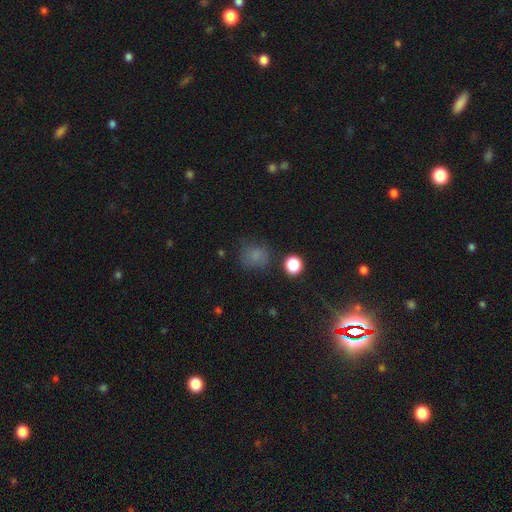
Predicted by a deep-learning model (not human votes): Morphology: type=smooth (73%); roundness=round (79%); merging=none (70%).